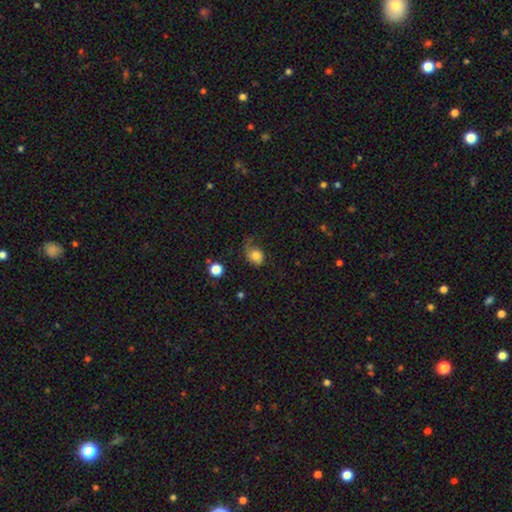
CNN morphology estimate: Smooth or featured? smooth (73%)
How rounded? in between (52%)
Merging? none (39%)